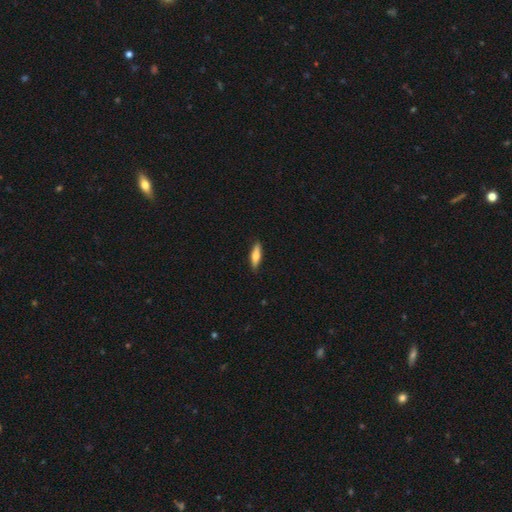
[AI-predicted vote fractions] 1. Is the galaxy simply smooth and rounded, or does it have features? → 62% smooth, 33% featured or disk, 6% star or artifact.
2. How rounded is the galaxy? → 65% cigar-shaped, 33% in between, 2% round.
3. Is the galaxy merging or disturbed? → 89% none, 8% minor disturbance, 2% major disturbance, 1% merger.